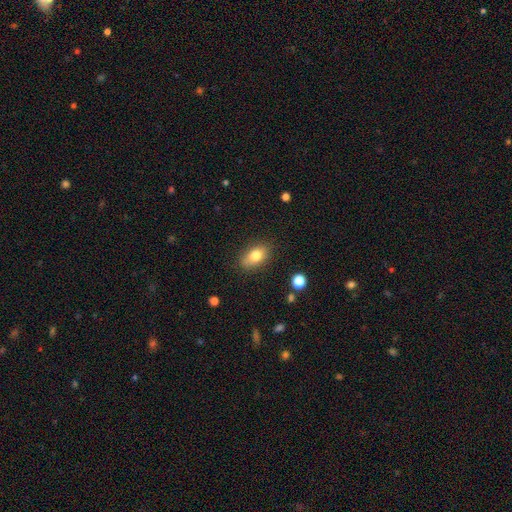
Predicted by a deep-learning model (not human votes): smooth 79%, featured or disk 13%, star or artifact 8%. Down the decision tree: how rounded — in between (87%); merging — none (81%).